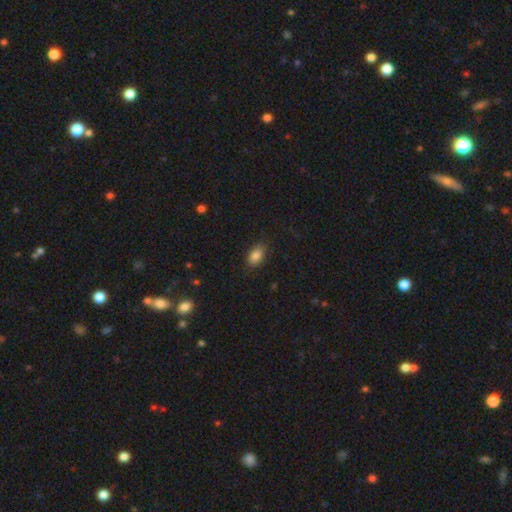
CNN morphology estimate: Smooth or featured? smooth (84%)
How rounded? in between (89%)
Merging? none (85%)